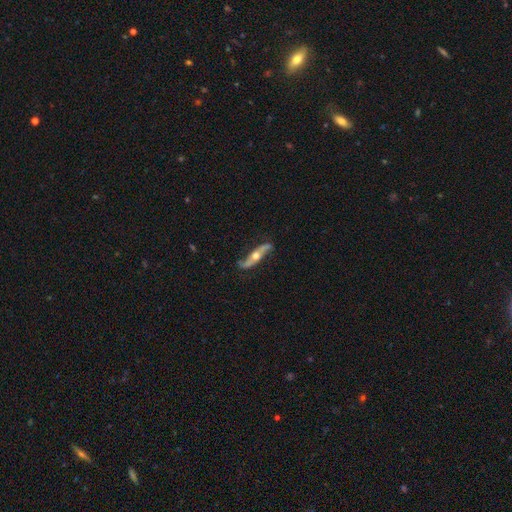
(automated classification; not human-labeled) Smooth or featured? Predicted: featured or disk (p=0.80). Edge-on disk? Predicted: no (p=0.59). Merging? Predicted: none (p=0.77).